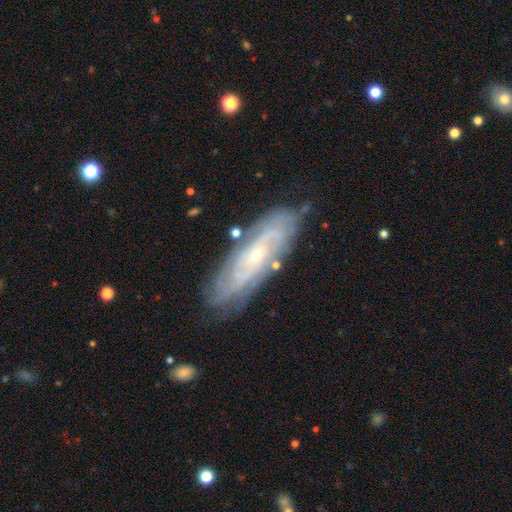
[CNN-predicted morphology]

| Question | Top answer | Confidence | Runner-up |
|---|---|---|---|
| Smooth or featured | featured or disk | 80% | smooth (14%) |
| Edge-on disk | no | 84% | yes (16%) |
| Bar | no | 69% | weak (24%) |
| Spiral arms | yes | 92% | no (8%) |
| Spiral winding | tight | 66% | medium (27%) |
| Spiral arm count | can't tell | 47% | 2 (21%) |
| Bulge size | small | 80% | moderate (16%) |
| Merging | none | 78% | minor disturbance (16%) |